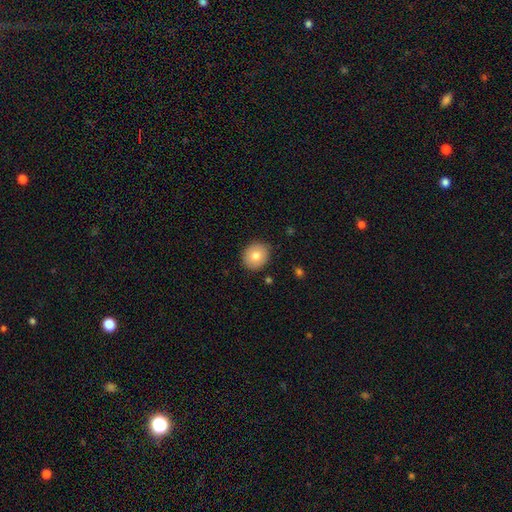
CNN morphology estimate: This appears to be a smooth galaxy with no disk features (78%) that is round (74%). Merging: none (86%).